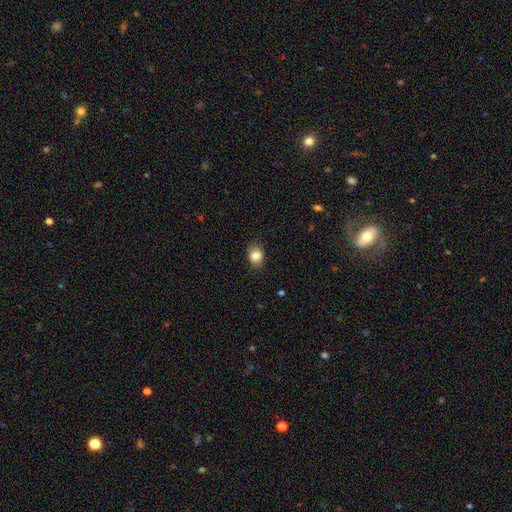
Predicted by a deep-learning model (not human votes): Morphology: type=smooth (84%); roundness=in between (60%); merging=none (83%).